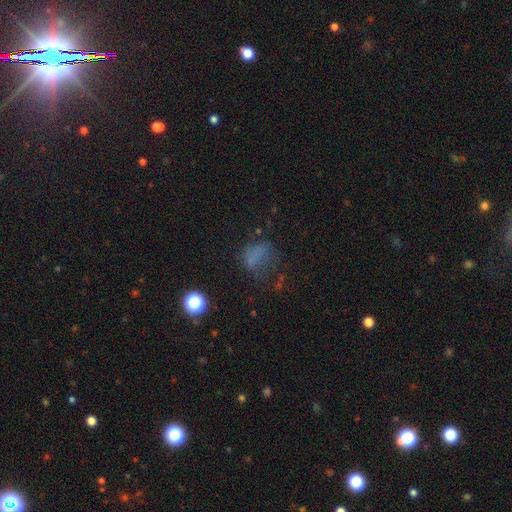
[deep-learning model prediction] Q: Smooth or featured?
A: smooth (48%); runner-up: star or artifact (30%)
Q: Merging?
A: none (42%); runner-up: major disturbance (32%)